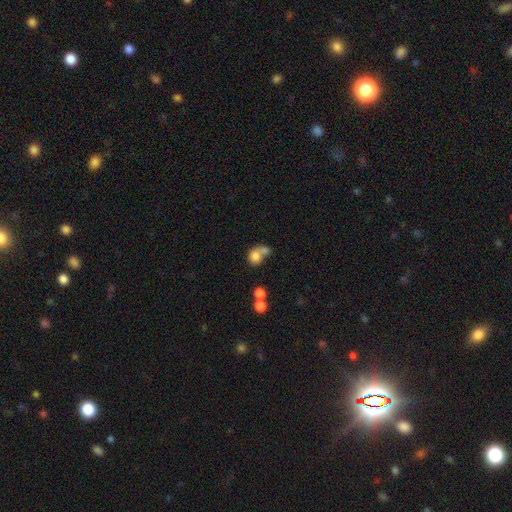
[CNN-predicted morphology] Smooth or featured? smooth (76%)
How rounded? round (61%)
Merging? merger (53%)